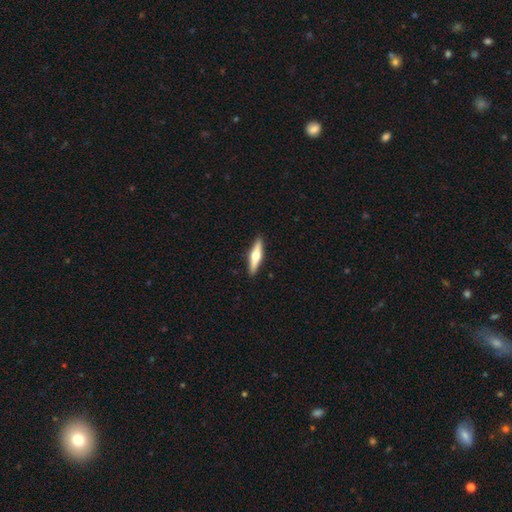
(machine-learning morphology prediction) Smooth or featured? Predicted: featured or disk (p=0.55). Edge-on disk? Predicted: yes (p=0.96). Edge-on bulge? Predicted: rounded (p=0.94). Merging? Predicted: none (p=0.91).